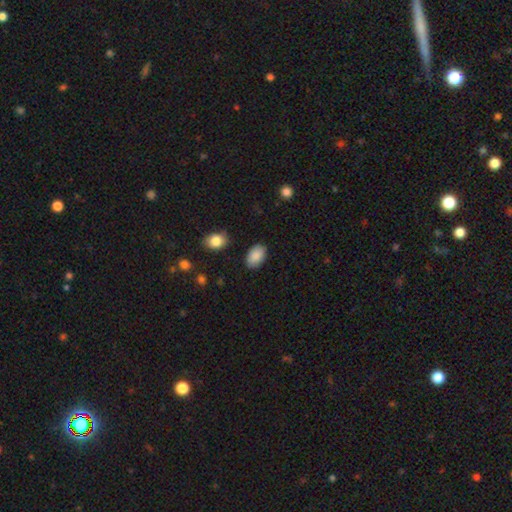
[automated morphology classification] A smooth galaxy with no disk features (89%) that is in between round and cigar-shaped (91%). Merging: none (86%).